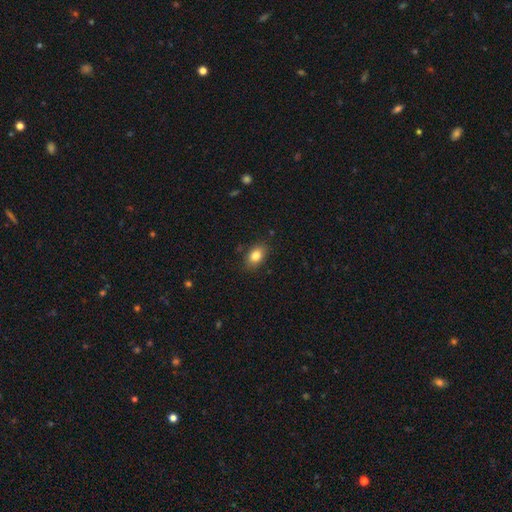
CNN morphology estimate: This is clearly a smooth galaxy (83%). How rounded: clearly in between (81%). Merging: clearly none (84%).